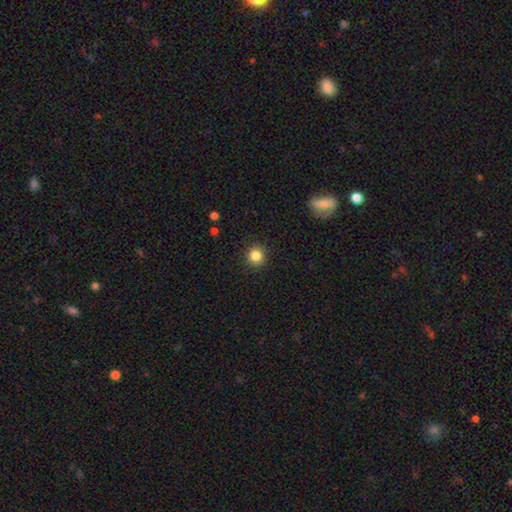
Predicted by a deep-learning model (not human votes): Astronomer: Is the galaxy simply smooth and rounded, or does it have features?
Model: smooth — 85%.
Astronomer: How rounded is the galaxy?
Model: round — 91%.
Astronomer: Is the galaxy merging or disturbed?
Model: none — 91%.